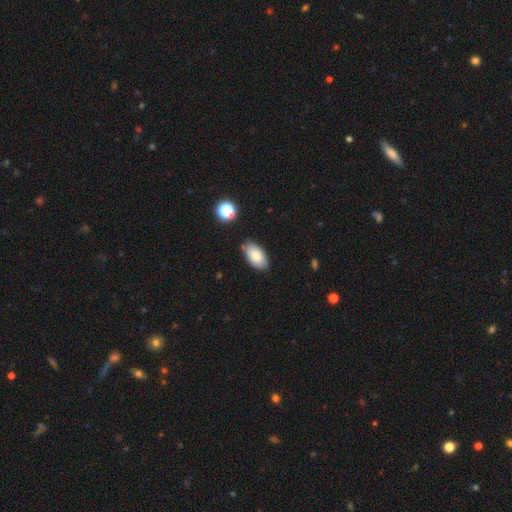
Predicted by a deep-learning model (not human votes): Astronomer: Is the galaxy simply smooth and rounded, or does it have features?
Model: smooth — 82%.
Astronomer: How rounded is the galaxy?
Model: in between — 95%.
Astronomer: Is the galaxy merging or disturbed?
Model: none — 82%.